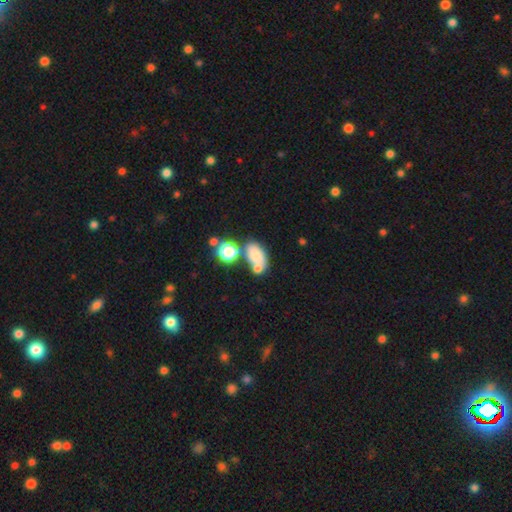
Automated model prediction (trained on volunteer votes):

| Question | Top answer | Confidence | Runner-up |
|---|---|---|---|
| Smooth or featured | smooth | 75% | featured or disk (13%) |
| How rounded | in between | 86% | round (11%) |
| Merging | none | 44% | merger (34%) |